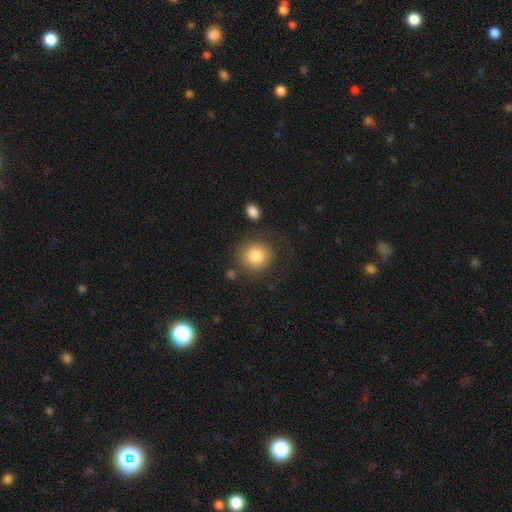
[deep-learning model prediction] Smooth or featured: smooth — 84% (star or artifact — 8%)
How rounded: round — 87% (in between — 12%)
Merging: none — 78% (minor disturbance — 12%)